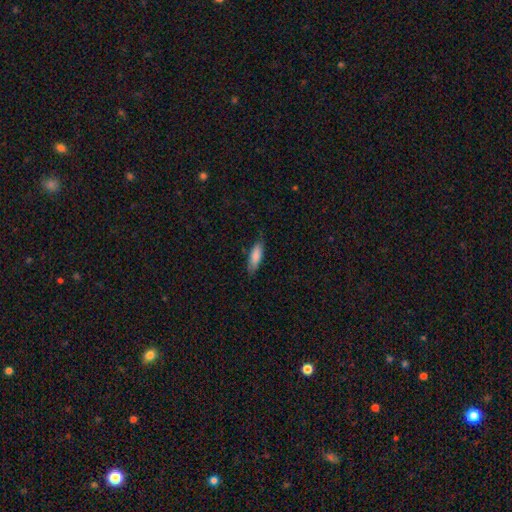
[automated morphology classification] smooth_or_featured: smooth (p=0.82) [alt: featured or disk p=0.13]
how_rounded: in between (p=0.59) [alt: cigar-shaped p=0.39]
merging: none (p=0.76) [alt: minor disturbance p=0.19]